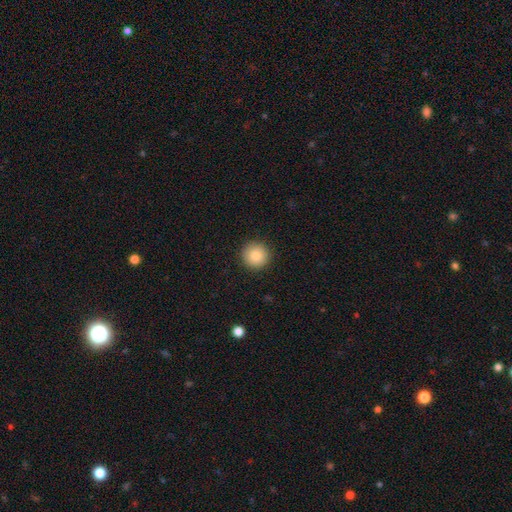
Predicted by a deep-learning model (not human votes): smooth_or_featured: smooth (p=0.85) [alt: star or artifact p=0.09]
how_rounded: round (p=0.95) [alt: in between p=0.04]
merging: none (p=0.92) [alt: minor disturbance p=0.05]